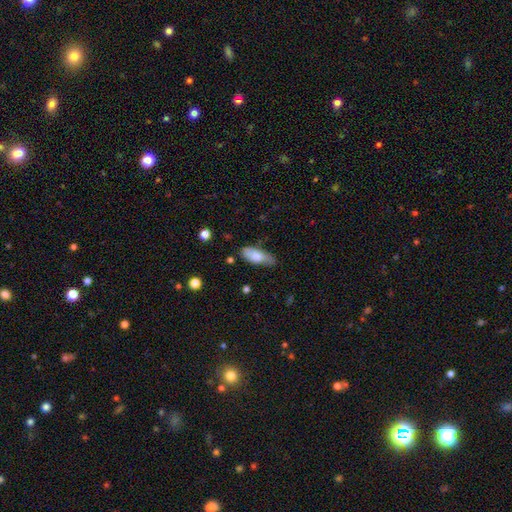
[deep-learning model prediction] This appears to be a smooth galaxy with no disk features (79%) that is in between round and cigar-shaped (76%). Merging: none (60%).